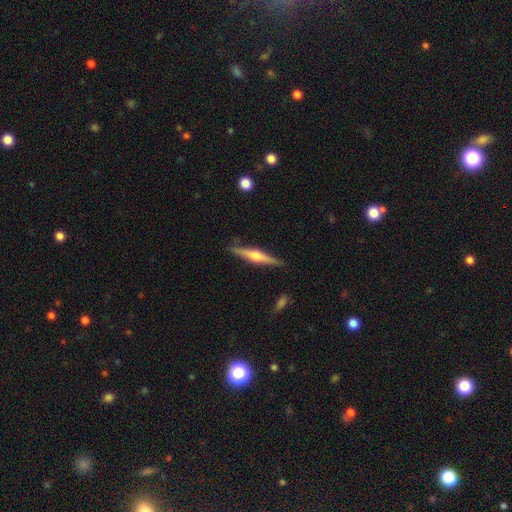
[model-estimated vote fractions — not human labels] Smooth or featured: featured or disk — 72% (smooth — 23%)
Edge-on disk: yes — 98% (no — 2%)
Edge-on bulge: rounded — 92% (boxy — 5%)
Merging: none — 88% (minor disturbance — 9%)